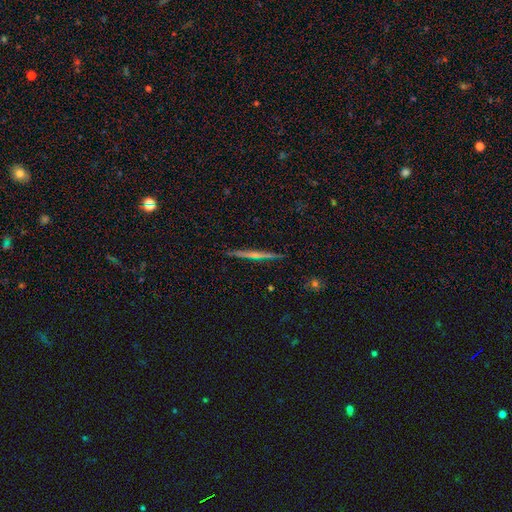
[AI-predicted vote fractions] A featured or disk galaxy (69%) viewed edge-on (98%) with a rounded central bulge (47%, tied with none).

Vote fractions:
- Smooth or featured? featured or disk: 69% / smooth: 24% / star or artifact: 7%
- Edge-on disk? yes: 98% / no: 2%
- Edge-on bulge? rounded: 47% (tied) / none: 47% (tied) / boxy: 6%
- Merging? none: 91% / minor disturbance: 6% / major disturbance: 1% / merger: 1%